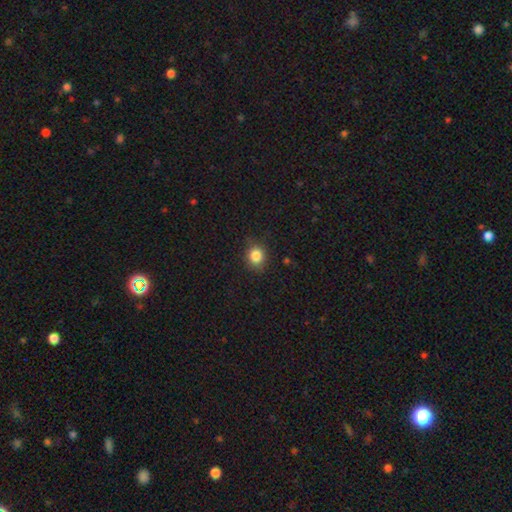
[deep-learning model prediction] Smooth or featured? smooth (84%)
How rounded? round (73%)
Merging? none (83%)